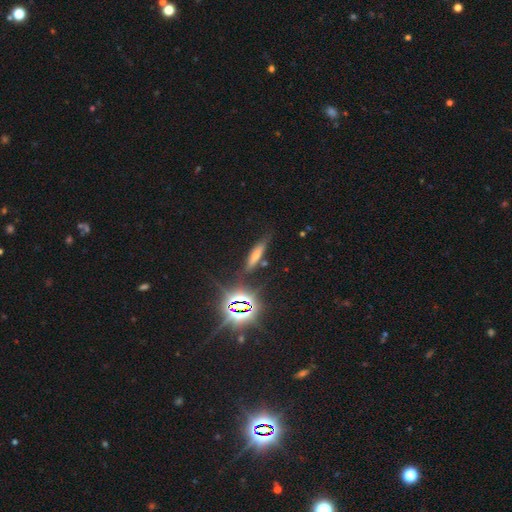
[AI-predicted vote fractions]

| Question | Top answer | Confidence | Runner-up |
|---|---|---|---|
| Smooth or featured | smooth | 53% | star or artifact (28%) |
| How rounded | cigar-shaped | 70% | in between (25%) |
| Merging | none | 74% | minor disturbance (15%) |